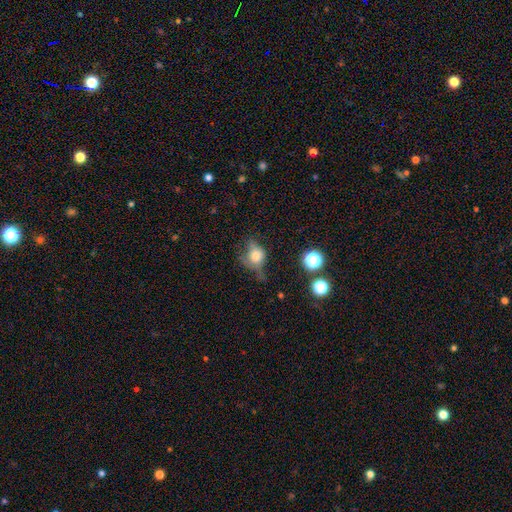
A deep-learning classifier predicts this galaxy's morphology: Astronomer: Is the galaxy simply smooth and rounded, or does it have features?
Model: smooth — 61%.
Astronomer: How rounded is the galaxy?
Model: round — 59% (runner-up: in between, 39%).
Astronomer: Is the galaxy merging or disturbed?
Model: none — 35% (runner-up: minor disturbance, 32%).